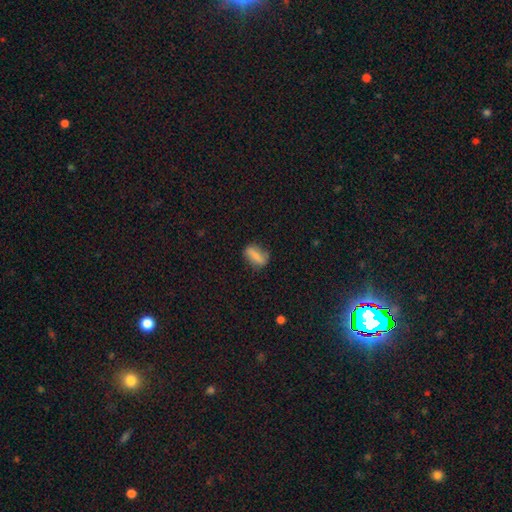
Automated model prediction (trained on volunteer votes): Q: Smooth or featured?
A: smooth (70%); runner-up: featured or disk (21%)
Q: How rounded?
A: in between (69%); runner-up: cigar-shaped (21%)
Q: Merging?
A: none (70%); runner-up: minor disturbance (21%)